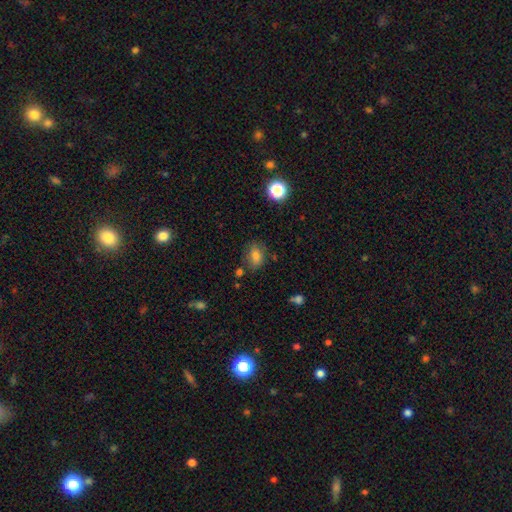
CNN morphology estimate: Smooth or featured? smooth (77%)
How rounded? in between (71%)
Merging? none (73%)